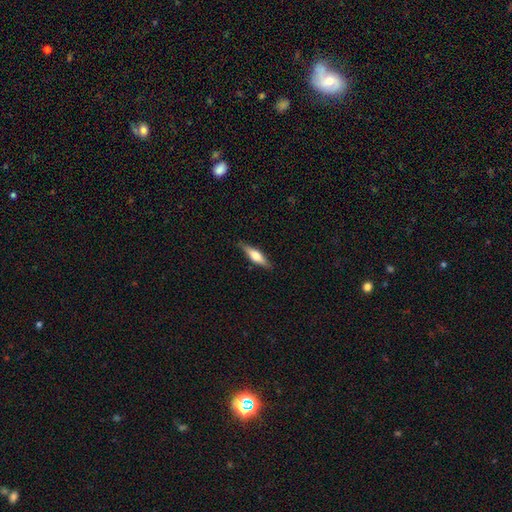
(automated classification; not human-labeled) Smooth or featured?
  - smooth: 47% * (tied)
  - featured or disk: 47% * (tied)
  - star or artifact: 6%
Merging?
  - none: 85% *
  - minor disturbance: 12%
  - major disturbance: 2%
  - merger: 1%